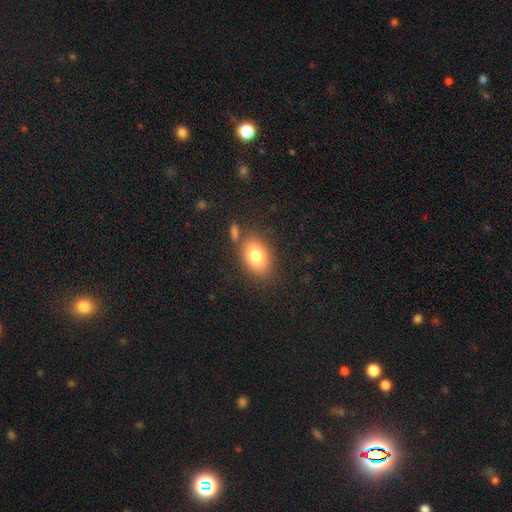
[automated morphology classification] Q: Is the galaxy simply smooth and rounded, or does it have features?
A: smooth — 80%.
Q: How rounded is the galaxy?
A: in between — 80%.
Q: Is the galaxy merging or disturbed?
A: none — 76%.